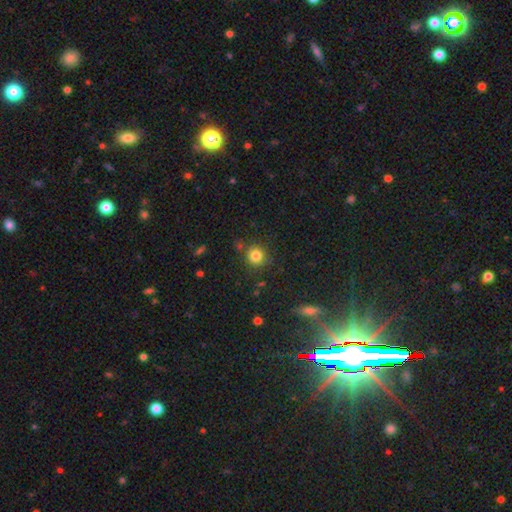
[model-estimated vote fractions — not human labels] smooth_or_featured: smooth (p=0.82) [alt: star or artifact p=0.12]
how_rounded: round (p=0.90) [alt: in between p=0.09]
merging: none (p=0.83) [alt: minor disturbance p=0.09]